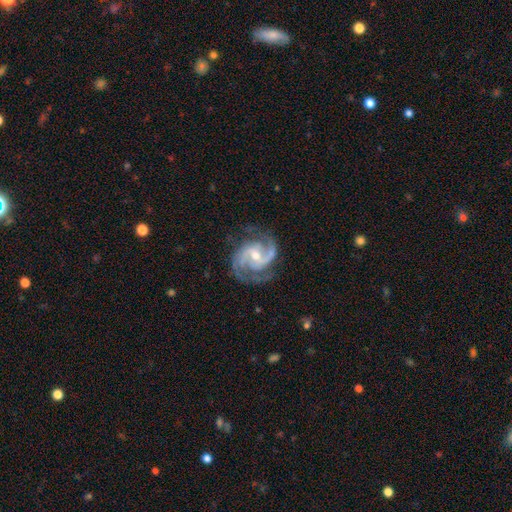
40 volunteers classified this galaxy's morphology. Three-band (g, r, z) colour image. It shows a featured or disk galaxy (95%) with no bar (50%), 2 (58%) medium (56%) spiral arms (100%) and a moderate central bulge (64%). Merging: none (63%).